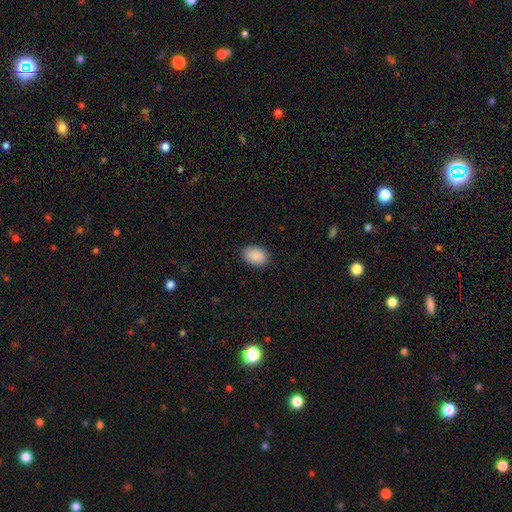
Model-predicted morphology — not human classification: Q: Smooth or featured?
A: smooth (90%); runner-up: star or artifact (7%)
Q: How rounded?
A: in between (79%); runner-up: round (20%)
Q: Merging?
A: none (87%); runner-up: minor disturbance (10%)